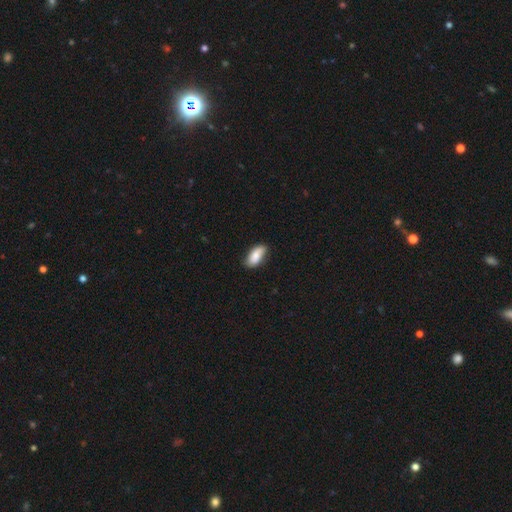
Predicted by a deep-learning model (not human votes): Morphology: type=smooth (80%); roundness=in between (90%); merging=none (78%).